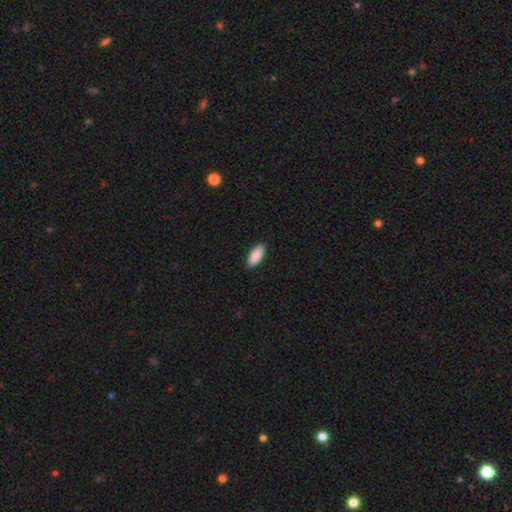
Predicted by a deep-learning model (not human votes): Smooth or featured? Predicted: smooth (p=0.89). How rounded? Predicted: in between (p=0.89). Merging? Predicted: none (p=0.86).